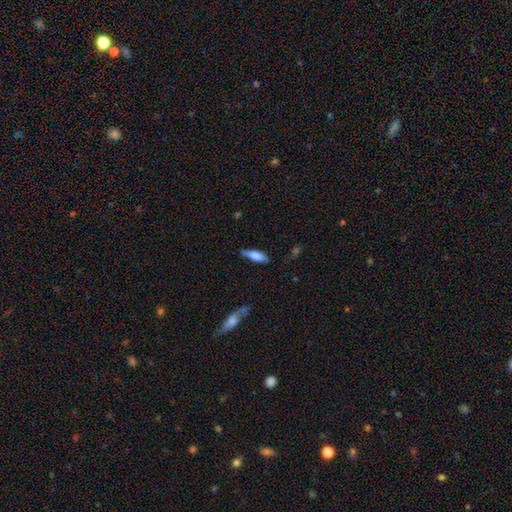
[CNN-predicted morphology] Smooth or featured: smooth — 73% (featured or disk — 21%)
How rounded: in between — 49% (tied with cigar-shaped — 49%)
Merging: none — 72% (minor disturbance — 21%)